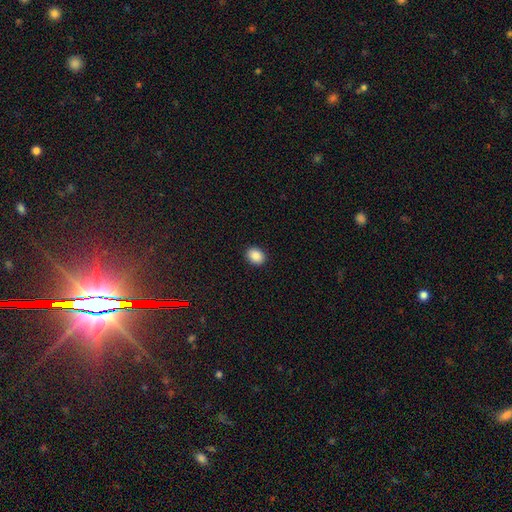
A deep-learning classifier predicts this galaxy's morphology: This appears to be a smooth galaxy with no disk features (88%) that is in between round and cigar-shaped (56%). Merging: none (91%).